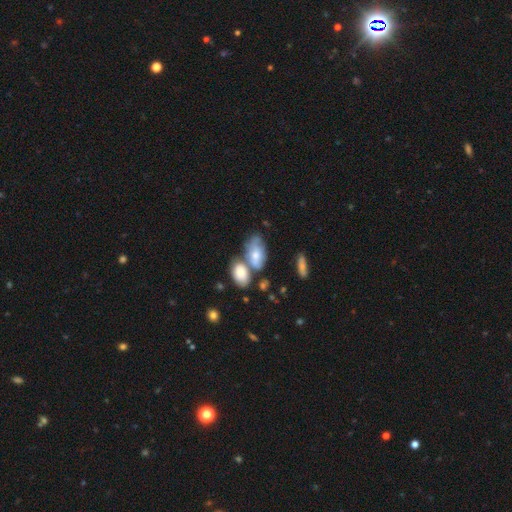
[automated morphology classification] A smooth galaxy with no disk features (60%) that is in between round and cigar-shaped (90%).

Vote fractions:
- Smooth or featured? smooth: 60% / featured or disk: 32% / star or artifact: 7%
- How rounded? in between: 90% / round: 6% / cigar-shaped: 4%
- Merging? merger: 40% / none: 34% / minor disturbance: 18% / major disturbance: 8%